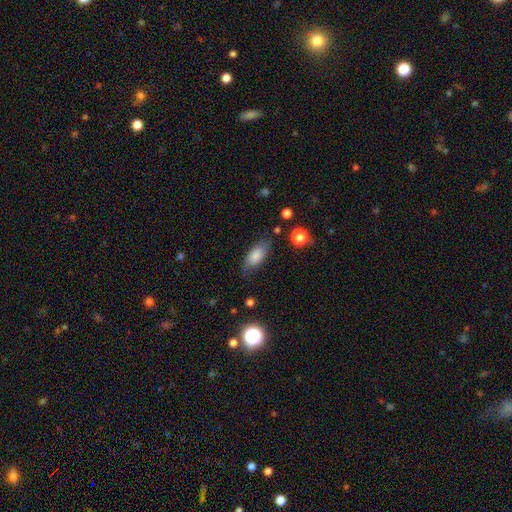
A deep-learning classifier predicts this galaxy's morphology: smooth 77%, featured or disk 14%, star or artifact 8%. Down the decision tree: how rounded — in between (86%); merging — none (70%).